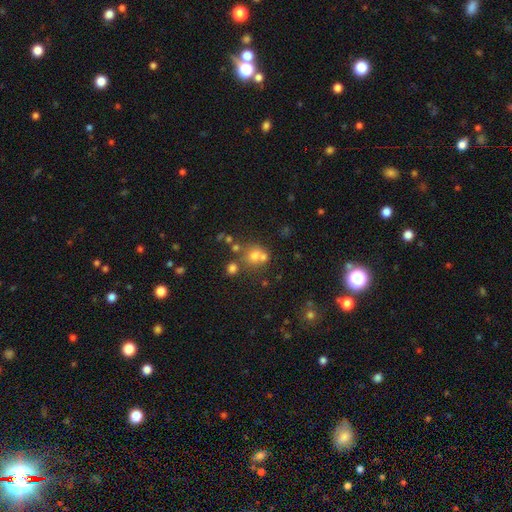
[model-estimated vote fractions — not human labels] smooth-or-featured: smooth: 63% | star or artifact: 22% | featured or disk: 15%
  how-rounded: round: 80% | in between: 19% | cigar-shaped: 1%
  merging: none: 50% | merger: 35% | minor disturbance: 10% | major disturbance: 5%